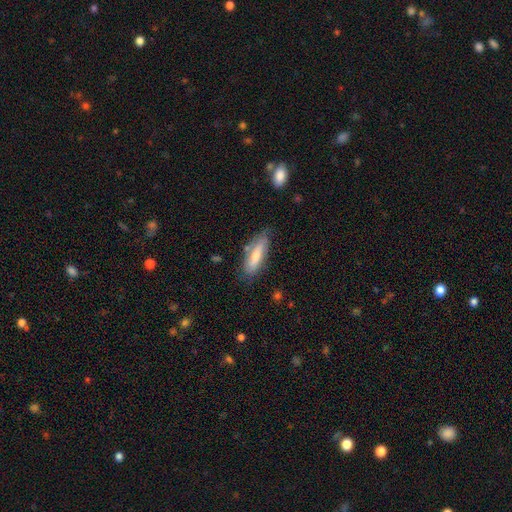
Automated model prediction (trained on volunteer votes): Smooth or featured? smooth (62%)
How rounded? in between (49%, tied with cigar-shaped)
Merging? none (71%)